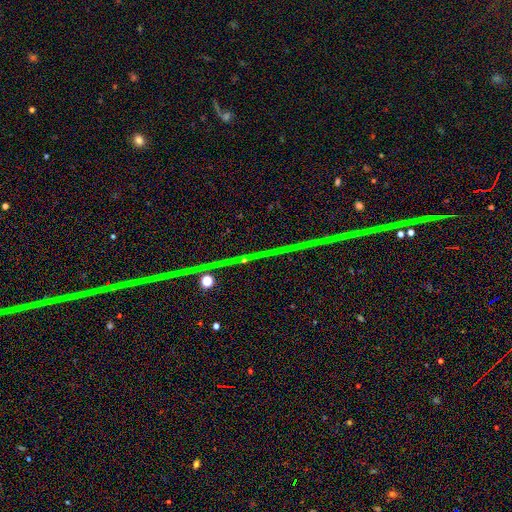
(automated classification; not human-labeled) A star or artifact, not a galaxy (88%).